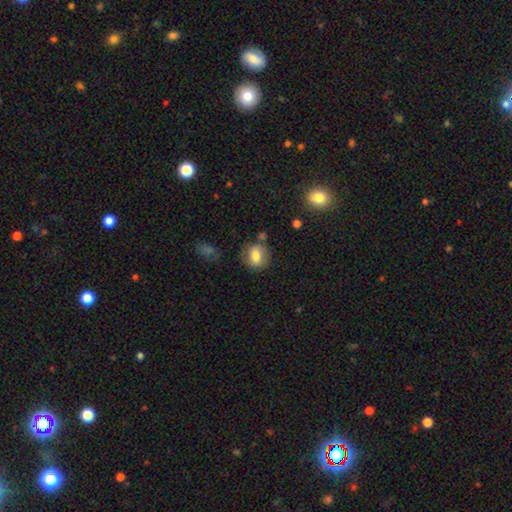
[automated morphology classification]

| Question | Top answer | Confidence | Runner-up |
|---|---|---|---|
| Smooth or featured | smooth | 70% | featured or disk (21%) |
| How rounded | round | 52% | in between (46%) |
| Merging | none | 68% | minor disturbance (18%) |